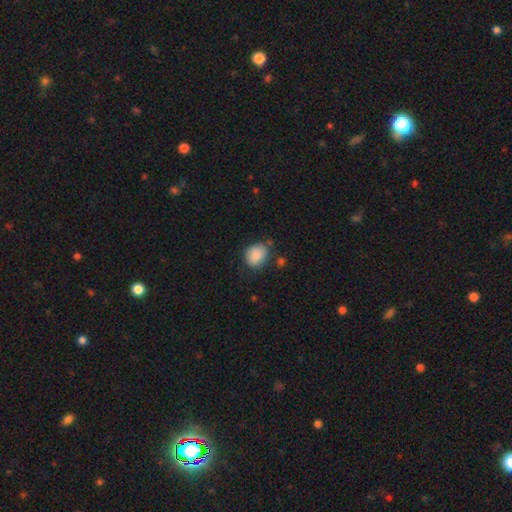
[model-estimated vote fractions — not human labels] smooth-or-featured: smooth: 85% | star or artifact: 8% | featured or disk: 7%
  how-rounded: round: 53% | in between: 46% | cigar-shaped: 1%
  merging: none: 67% | minor disturbance: 24% | major disturbance: 5% | merger: 4%